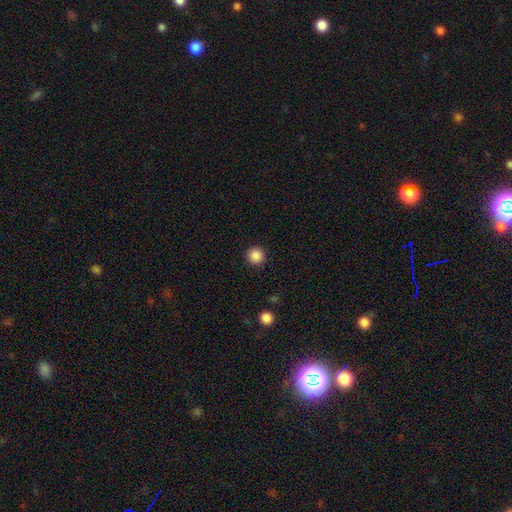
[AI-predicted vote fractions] Smooth or featured? smooth (87%)
How rounded? round (95%)
Merging? none (92%)